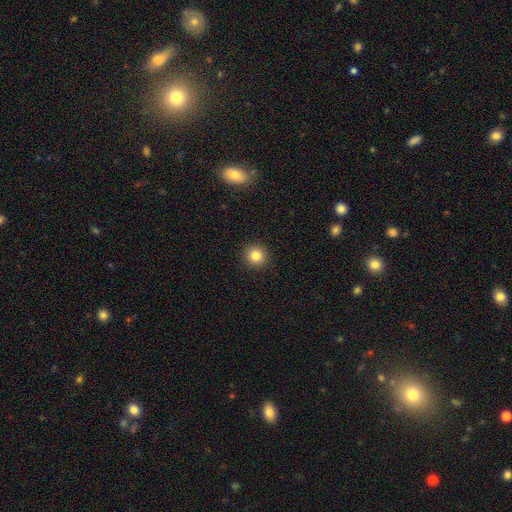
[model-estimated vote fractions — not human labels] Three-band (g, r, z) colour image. It shows a smooth galaxy with no disk features (84%) that is round (93%). Merging: none (92%).